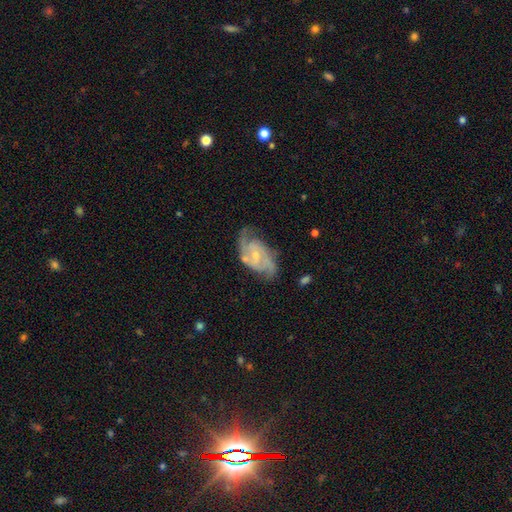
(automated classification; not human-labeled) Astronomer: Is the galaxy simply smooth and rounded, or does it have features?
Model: featured or disk — 86%.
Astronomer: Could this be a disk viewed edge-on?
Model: no — 97%.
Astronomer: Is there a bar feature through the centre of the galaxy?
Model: weak — 44%, tied with no at 44%.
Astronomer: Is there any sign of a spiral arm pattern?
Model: yes — 96%.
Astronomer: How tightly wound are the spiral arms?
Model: medium — 50% (runner-up: tight, 34%).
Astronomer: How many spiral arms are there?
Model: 2 — 74%.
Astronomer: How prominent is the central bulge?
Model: small — 66%.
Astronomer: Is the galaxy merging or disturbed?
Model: none — 65%.